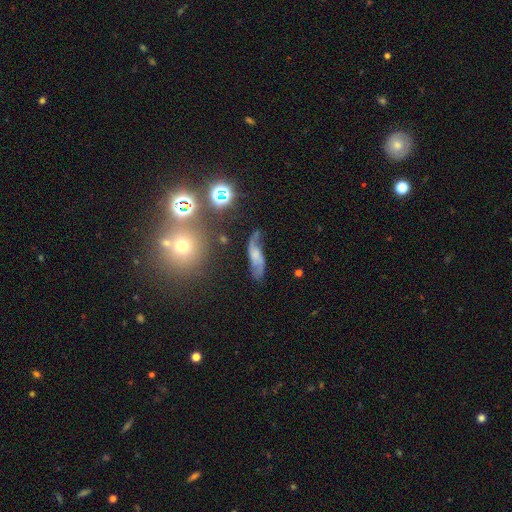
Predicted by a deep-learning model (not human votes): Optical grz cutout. It shows a featured or disk galaxy (64%) with no bar (55%), spiral arms (89%) and a small central bulge (36%). Merging: none (52%).